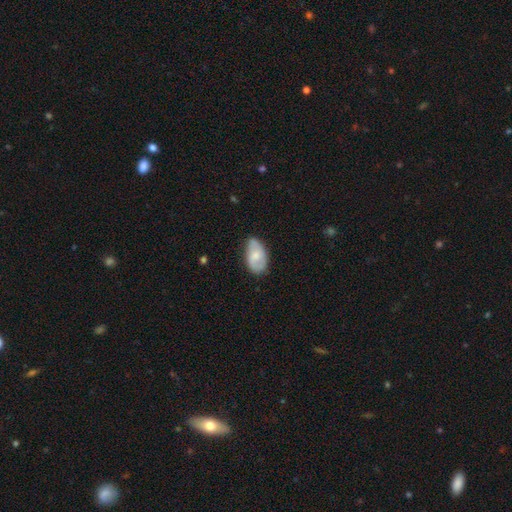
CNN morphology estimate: smooth 63%, featured or disk 31%, star or artifact 6%. Down the decision tree: how rounded — in between (93%); merging — none (54%).